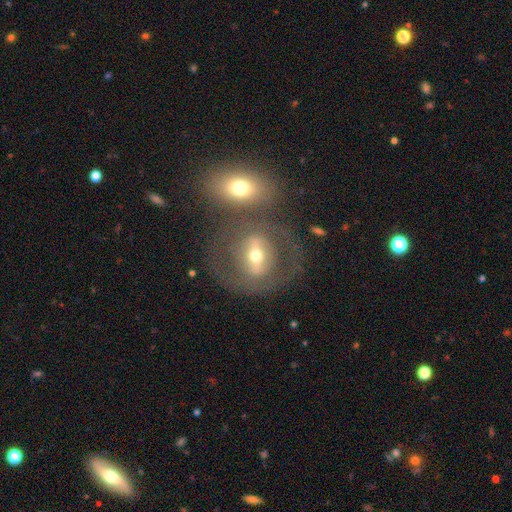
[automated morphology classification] Q: Smooth or featured?
A: featured or disk (64%); runner-up: smooth (29%)
Q: Edge-on disk?
A: no (91%); runner-up: yes (9%)
Q: Bar?
A: strong (47%); runner-up: weak (29%)
Q: Spiral arms?
A: no (69%); runner-up: yes (31%)
Q: Bulge size?
A: moderate (64%); runner-up: small (28%)
Q: Merging?
A: none (53%); runner-up: merger (26%)